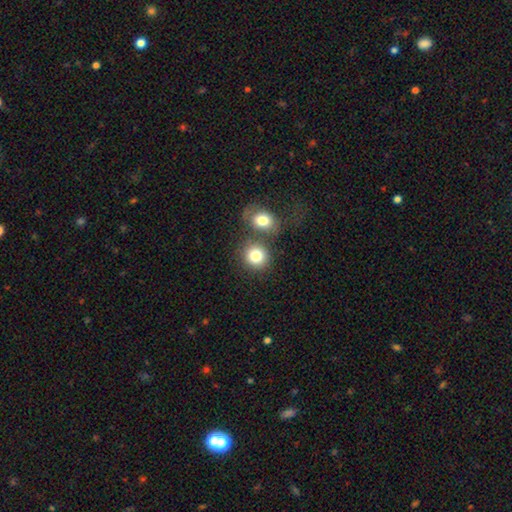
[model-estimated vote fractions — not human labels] Smooth or featured?
  - smooth: 80% *
  - featured or disk: 10%
  - star or artifact: 10%
How rounded?
  - round: 84% *
  - in between: 15%
  - cigar-shaped: 1%
Merging?
  - none: 57% *
  - merger: 30%
  - minor disturbance: 9%
  - major disturbance: 4%